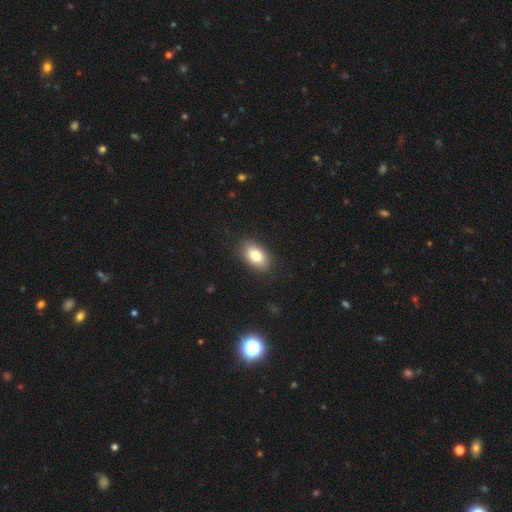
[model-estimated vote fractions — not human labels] A smooth galaxy with no disk features (83%) that is in between round and cigar-shaped (91%).

Vote fractions:
- Smooth or featured? smooth: 83% / featured or disk: 10% / star or artifact: 7%
- How rounded? in between: 91% / round: 7% / cigar-shaped: 2%
- Merging? none: 87% / minor disturbance: 9% / major disturbance: 2% / merger: 1%